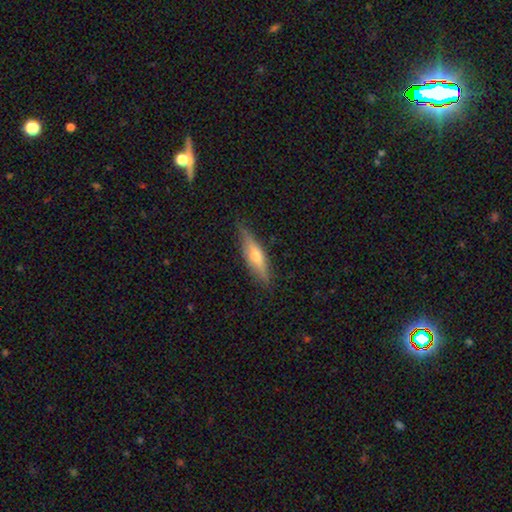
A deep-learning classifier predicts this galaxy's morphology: smooth-or-featured: featured or disk: 51% | smooth: 43% | star or artifact: 6%
  disk-edge-on: yes: 92% | no: 8%
  merging: none: 83% | minor disturbance: 13% | major disturbance: 3% | merger: 1%